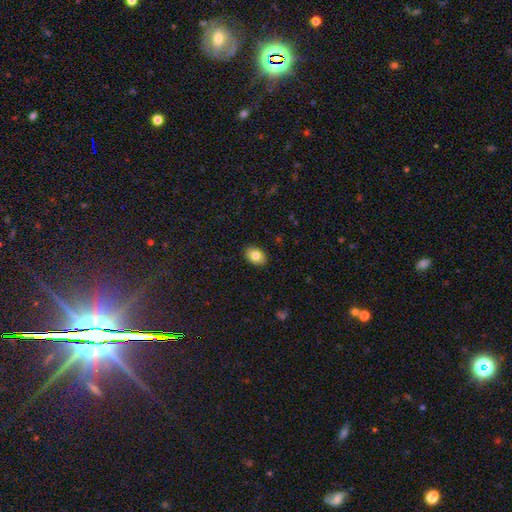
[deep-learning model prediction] The model was most divided on "how rounded": in between: 82%, round: 17%, cigar-shaped: 1%. More confident: merging — none (89%); smooth or featured — smooth (81%).